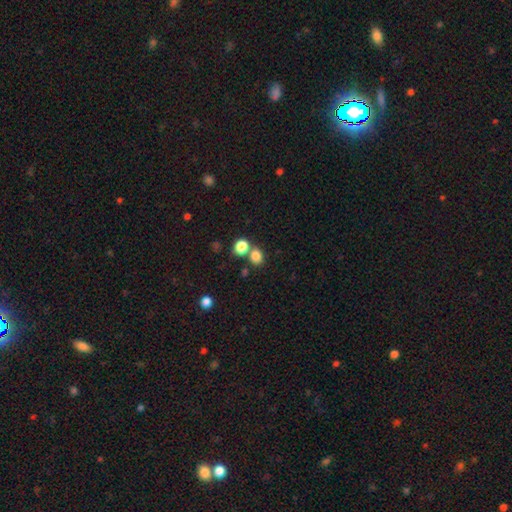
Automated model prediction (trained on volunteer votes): smooth 81%, star or artifact 14%, featured or disk 6%. Down the decision tree: how rounded — round (66%); merging — none (59%).